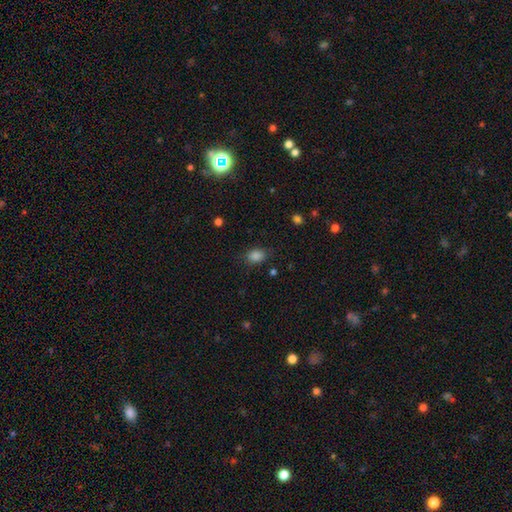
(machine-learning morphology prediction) Smooth or featured: smooth — 85% (star or artifact — 11%)
How rounded: in between — 72% (round — 27%)
Merging: none — 78% (minor disturbance — 16%)